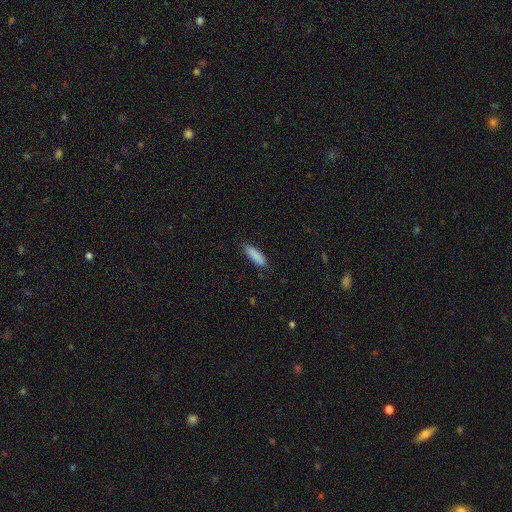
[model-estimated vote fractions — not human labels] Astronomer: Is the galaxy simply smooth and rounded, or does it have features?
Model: smooth — 88%.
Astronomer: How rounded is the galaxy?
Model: cigar-shaped — 56% (runner-up: in between, 43%).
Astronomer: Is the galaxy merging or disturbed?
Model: none — 78%.